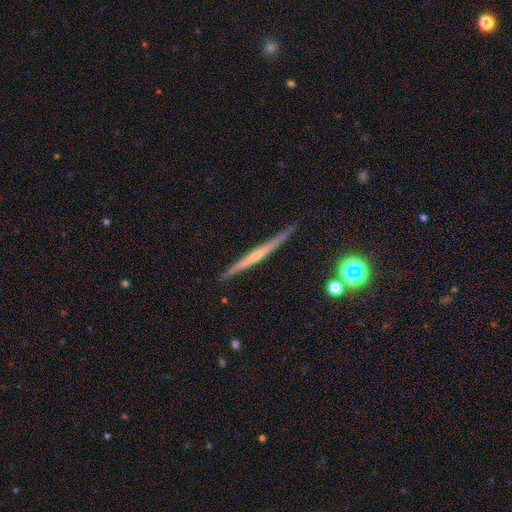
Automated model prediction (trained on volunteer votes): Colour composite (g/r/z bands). It shows a featured or disk galaxy (68%) viewed edge-on (97%) with no central bulge (55%). Merging: none (88%).